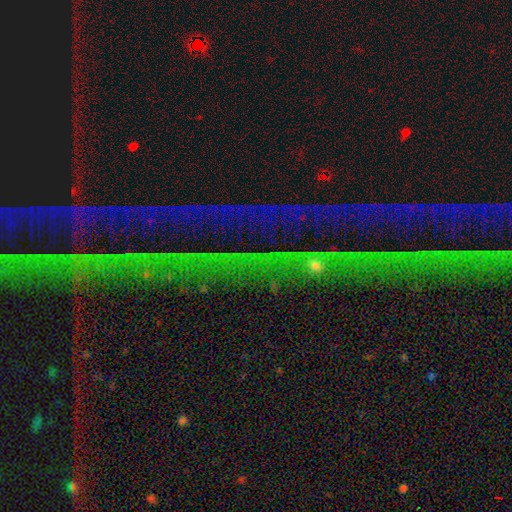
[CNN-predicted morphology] A star or artifact, not a galaxy (82%).